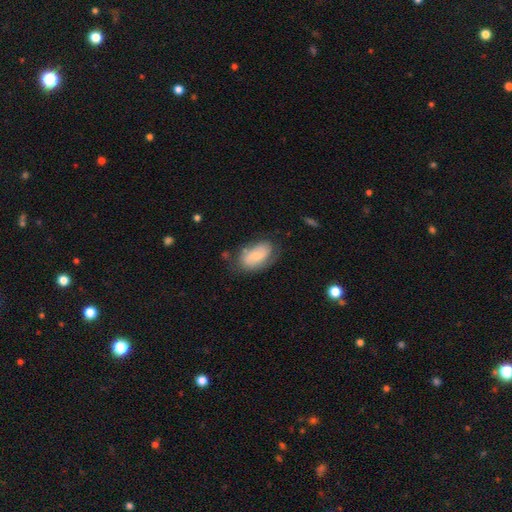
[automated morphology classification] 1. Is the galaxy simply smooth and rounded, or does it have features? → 52% smooth, 41% featured or disk, 7% star or artifact.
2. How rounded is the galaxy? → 91% in between, 7% round, 2% cigar-shaped.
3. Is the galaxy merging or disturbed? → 62% none, 25% minor disturbance, 9% major disturbance, 4% merger.